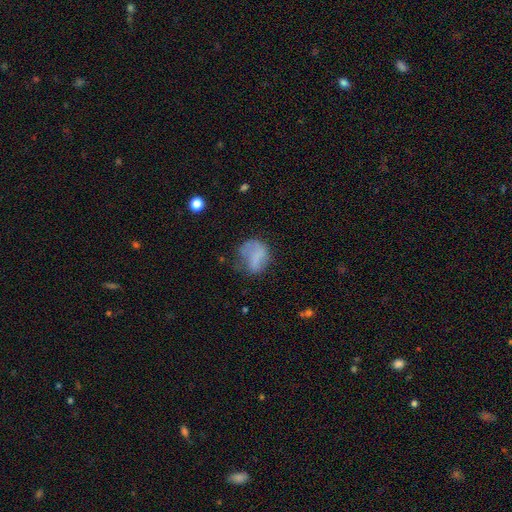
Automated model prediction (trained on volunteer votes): Smooth or featured: smooth — 64% (featured or disk — 25%)
How rounded: round — 59% (in between — 40%)
Merging: none — 39% (minor disturbance — 29%)